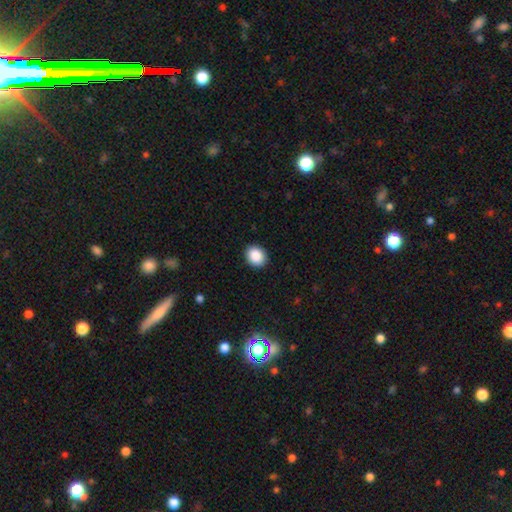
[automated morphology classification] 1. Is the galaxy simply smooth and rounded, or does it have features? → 88% smooth, 9% star or artifact, 3% featured or disk.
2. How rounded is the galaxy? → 65% round, 34% in between, 1% cigar-shaped.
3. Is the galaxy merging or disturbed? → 91% none, 6% minor disturbance, 2% major disturbance, 1% merger.